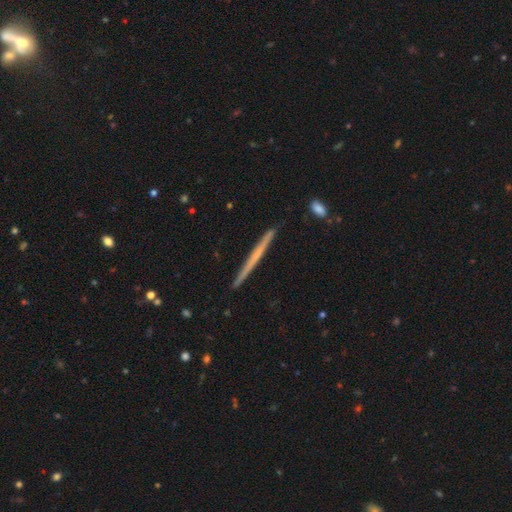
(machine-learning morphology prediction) A featured or disk galaxy (57%) viewed edge-on (98%) with no central bulge (82%). Merging: none (92%).